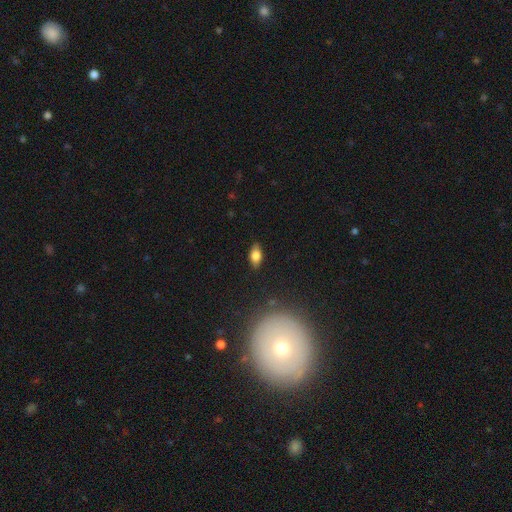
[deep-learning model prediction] This is likely a smooth galaxy (75%). How rounded: clearly in between (86%). Merging: clearly none (85%).